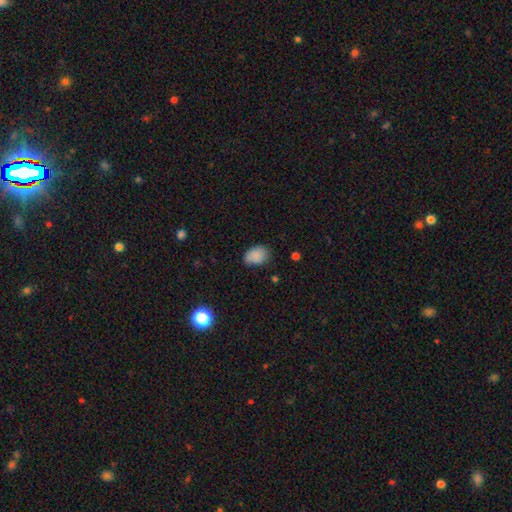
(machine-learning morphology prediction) Smooth or featured? smooth (85%)
How rounded? in between (75%)
Merging? none (67%)